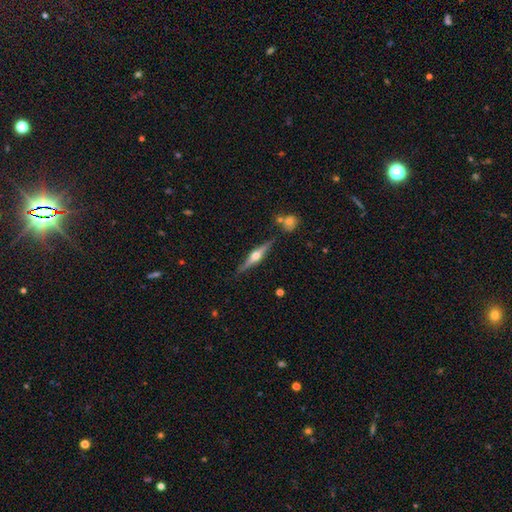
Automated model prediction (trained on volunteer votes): Smooth or featured? featured or disk (78%)
Edge-on disk? yes (97%)
Edge-on bulge? rounded (94%)
Merging? none (85%)